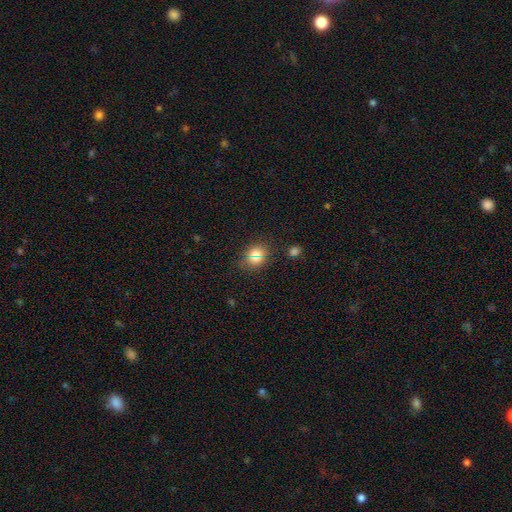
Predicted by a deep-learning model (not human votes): Overall: smooth (68%). How rounded: round (62%; in between 36%). Merging: none (83%).